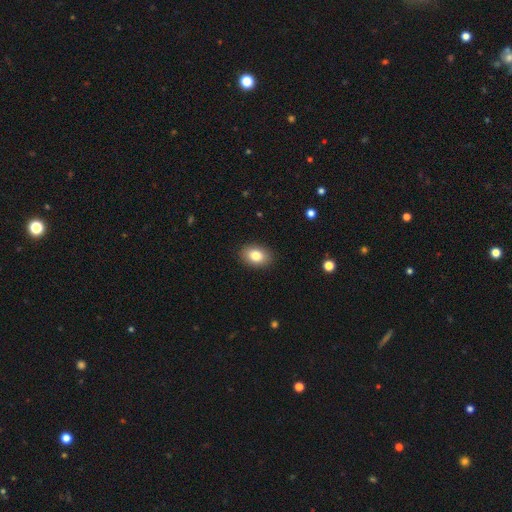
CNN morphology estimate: Q: Smooth or featured?
A: smooth (83%); runner-up: featured or disk (9%)
Q: How rounded?
A: in between (81%); runner-up: round (18%)
Q: Merging?
A: none (89%); runner-up: minor disturbance (8%)